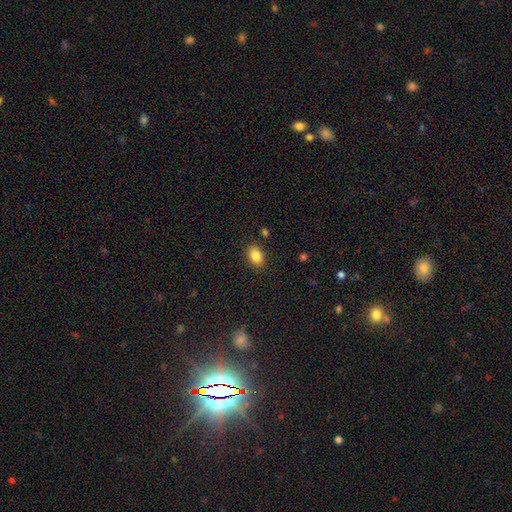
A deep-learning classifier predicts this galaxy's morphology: A smooth galaxy with no disk features (84%) that is in between round and cigar-shaped (80%). Merging: none (87%).